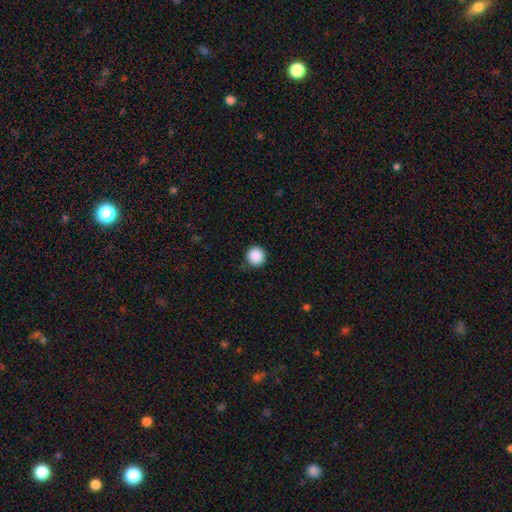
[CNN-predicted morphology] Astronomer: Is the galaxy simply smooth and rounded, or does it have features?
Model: smooth — 88%.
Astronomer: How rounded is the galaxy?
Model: round — 96%.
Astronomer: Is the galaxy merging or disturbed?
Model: none — 89%.